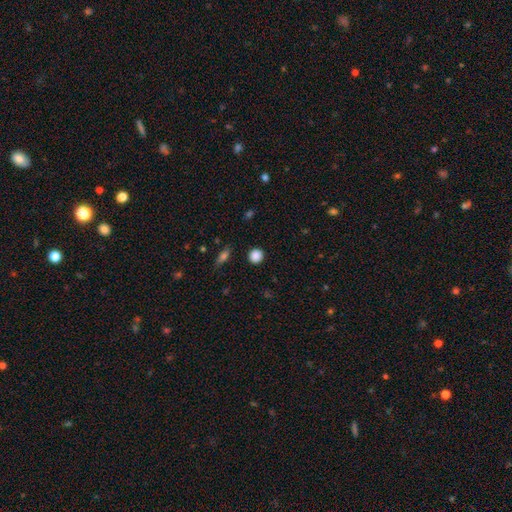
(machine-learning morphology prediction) smooth_or_featured: smooth (p=0.87) [alt: star or artifact p=0.09]
how_rounded: round (p=0.91) [alt: in between p=0.08]
merging: none (p=0.90) [alt: minor disturbance p=0.06]